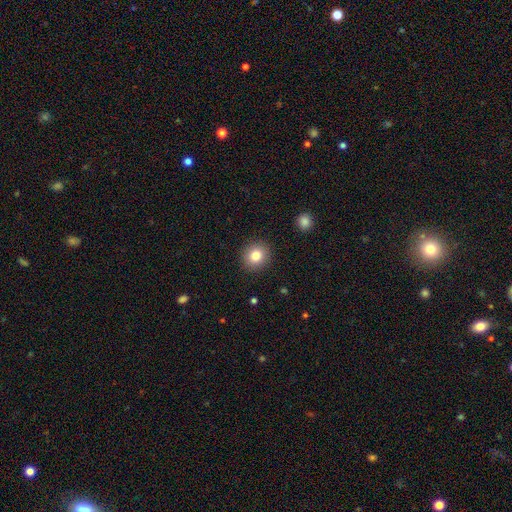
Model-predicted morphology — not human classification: Smooth or featured? Predicted: smooth (p=0.82). How rounded? Predicted: round (p=0.86). Merging? Predicted: none (p=0.91).